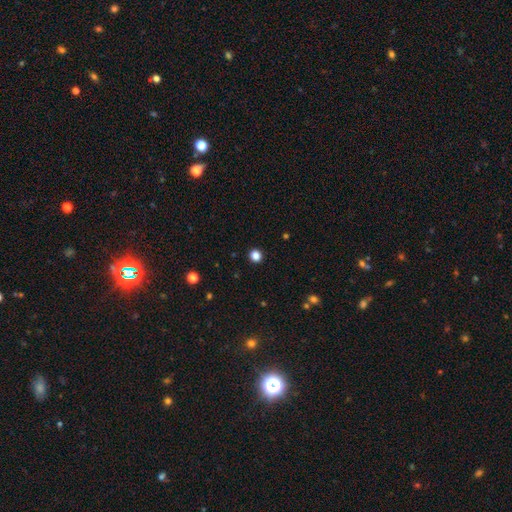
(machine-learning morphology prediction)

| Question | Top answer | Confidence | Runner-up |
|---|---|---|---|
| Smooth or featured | smooth | 84% | star or artifact (13%) |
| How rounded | round | 91% | in between (8%) |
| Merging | none | 93% | minor disturbance (4%) |